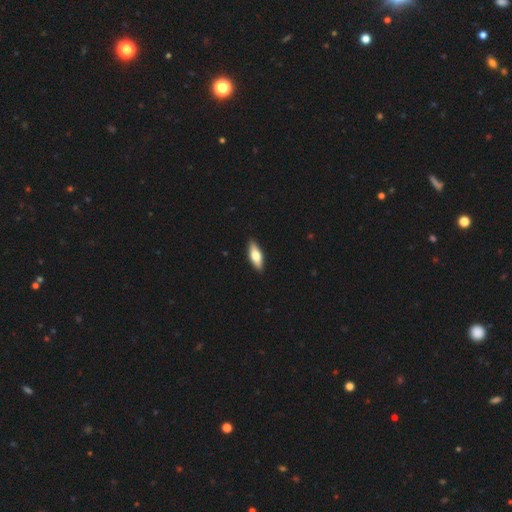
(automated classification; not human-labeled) smooth-or-featured: smooth: 62% | featured or disk: 33% | star or artifact: 5%
  how-rounded: in between: 62% | cigar-shaped: 35% | round: 3%
  merging: none: 90% | minor disturbance: 8% | major disturbance: 1% | merger: 1%